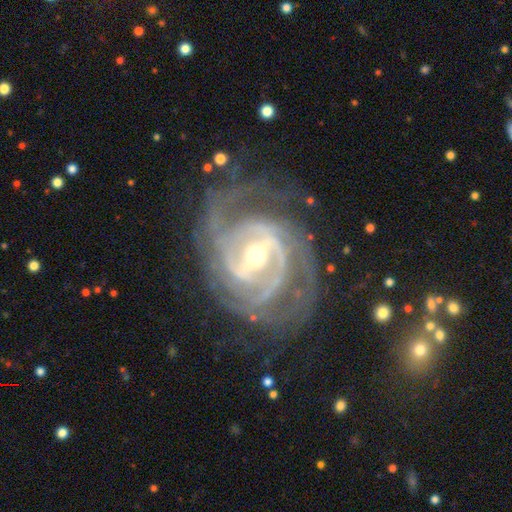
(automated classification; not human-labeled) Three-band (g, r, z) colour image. It shows a featured or disk galaxy (92%) with a strong bar (49%), 2 (29%) tight (59%) spiral arms (98%) and a small central bulge (48%). Merging: none (71%).